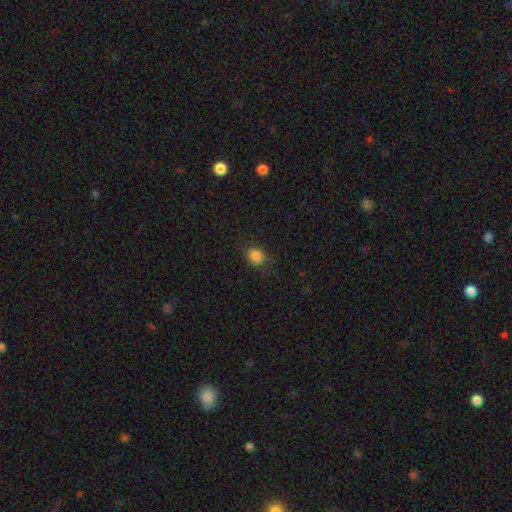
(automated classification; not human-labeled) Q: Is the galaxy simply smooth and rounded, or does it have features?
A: smooth — 84%.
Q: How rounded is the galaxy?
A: round — 54%.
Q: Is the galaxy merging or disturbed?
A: none — 78%.